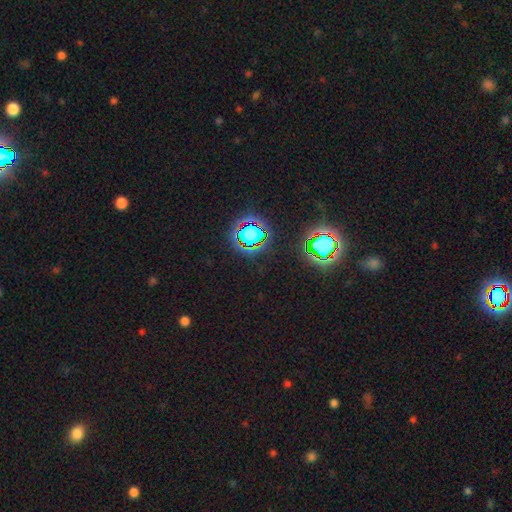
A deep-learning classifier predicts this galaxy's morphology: Smooth or featured? star or artifact (82%)